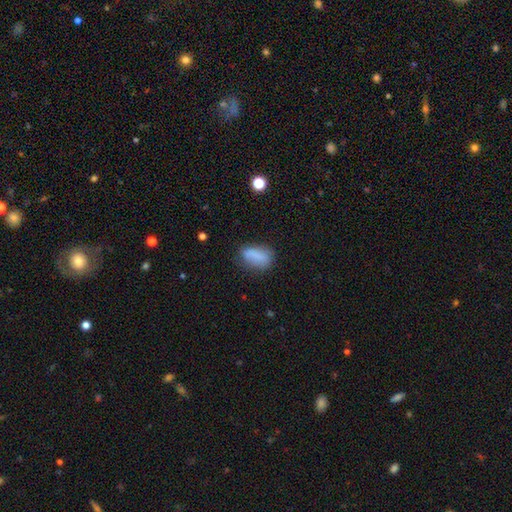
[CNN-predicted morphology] This appears to be a smooth galaxy with no disk features (79%) that is in between round and cigar-shaped (81%). Merging: none (66%).